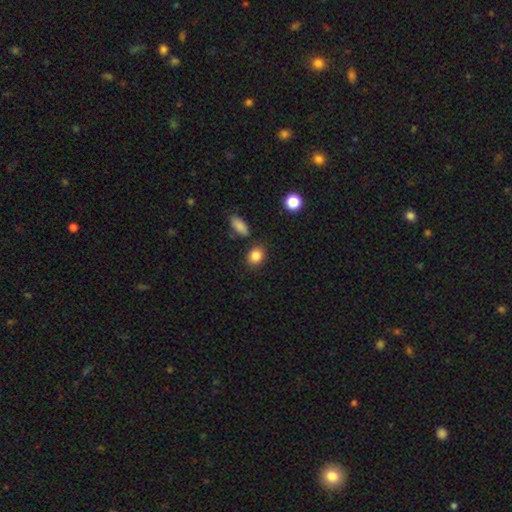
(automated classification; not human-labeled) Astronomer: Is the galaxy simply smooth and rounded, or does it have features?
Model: smooth — 86%.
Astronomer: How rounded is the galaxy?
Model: in between — 51% (runner-up: round, 47%).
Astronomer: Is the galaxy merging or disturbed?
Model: none — 81%.